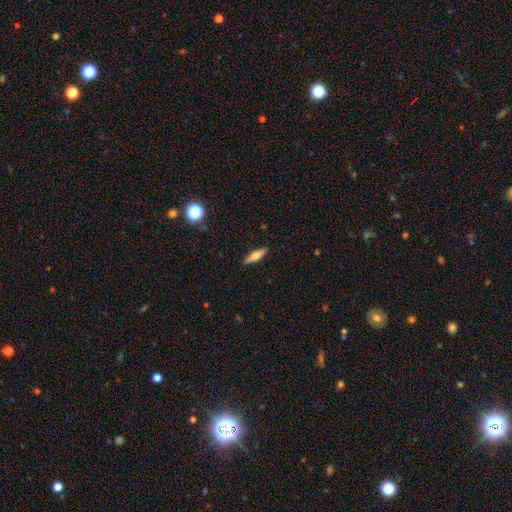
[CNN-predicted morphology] A featured or disk galaxy (48%).

Vote fractions:
- Smooth or featured? featured or disk: 48% / smooth: 45% / star or artifact: 7%
- Merging? none: 90% / minor disturbance: 7% / major disturbance: 2% / merger: 1%